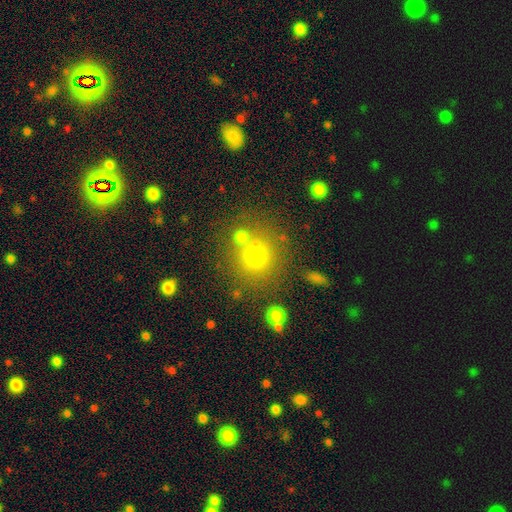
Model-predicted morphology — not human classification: Smooth or featured? smooth (69%)
How rounded? round (91%)
Merging? none (70%)